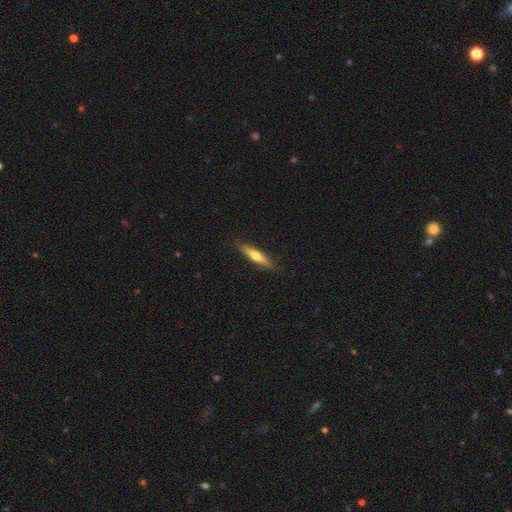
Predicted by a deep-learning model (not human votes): Overall: smooth (55%; featured or disk 40%). How rounded: cigar-shaped (82%). Merging: none (88%).